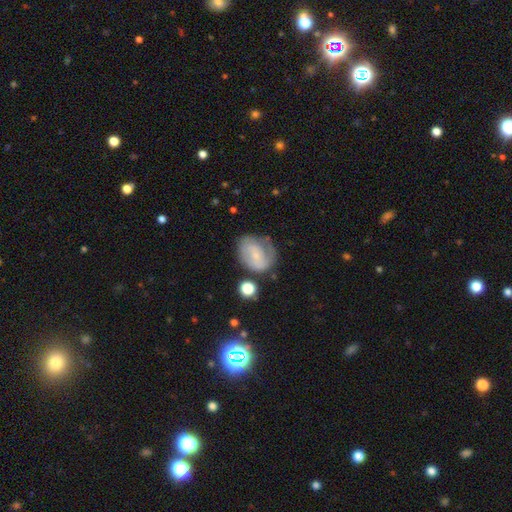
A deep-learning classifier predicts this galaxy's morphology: type=featured or disk (51%); edge-on=no (97%); merging=none (50%).